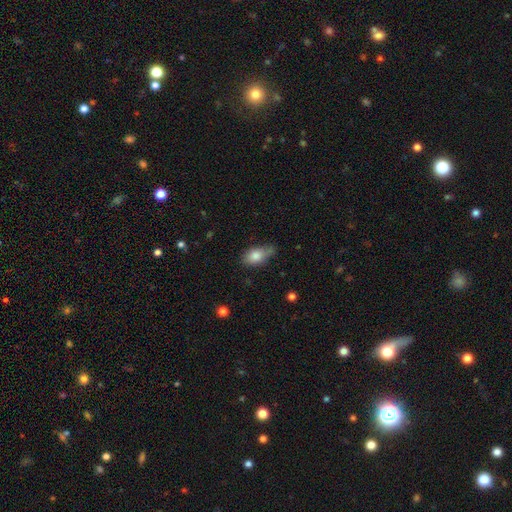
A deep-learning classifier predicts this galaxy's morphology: type=smooth (80%); roundness=in between (86%); merging=none (52%).